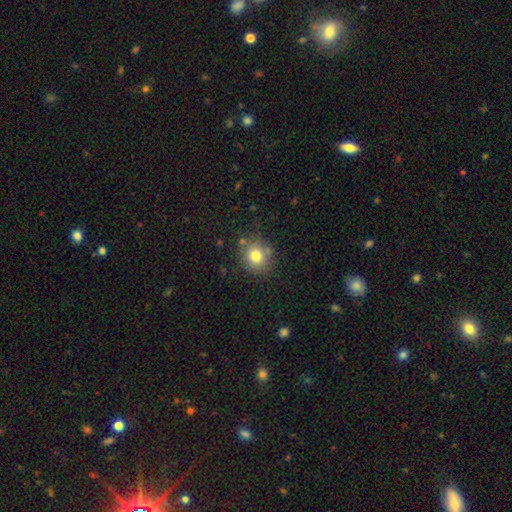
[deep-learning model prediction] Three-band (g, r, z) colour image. It shows a smooth galaxy with no disk features (77%) that is round (87%). Merging: none (80%).